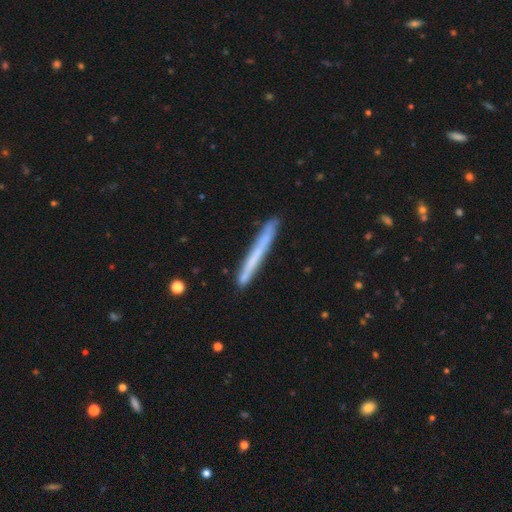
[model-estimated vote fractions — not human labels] Morphology: type=smooth (56%); roundness=cigar-shaped (97%); merging=none (87%).